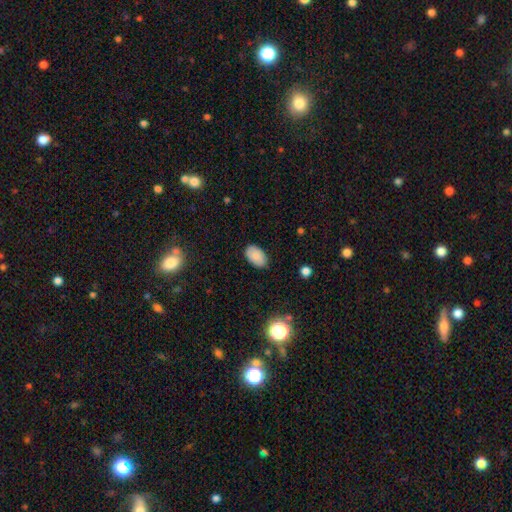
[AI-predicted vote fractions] Q: Smooth or featured?
A: smooth (86%); runner-up: star or artifact (8%)
Q: How rounded?
A: in between (93%); runner-up: round (6%)
Q: Merging?
A: none (86%); runner-up: minor disturbance (11%)